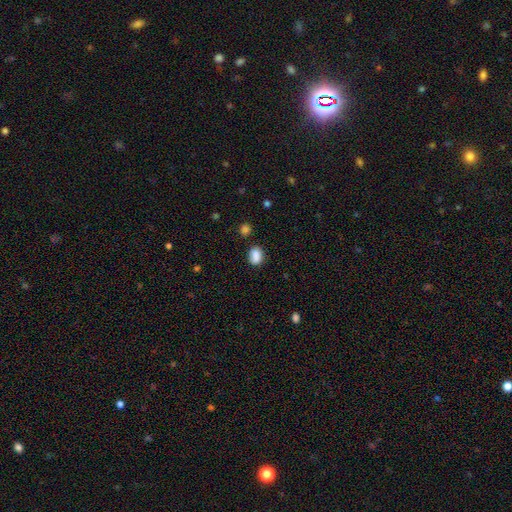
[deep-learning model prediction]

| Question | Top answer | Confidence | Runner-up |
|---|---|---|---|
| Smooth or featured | smooth | 84% | star or artifact (9%) |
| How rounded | in between | 70% | round (28%) |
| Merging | none | 71% | minor disturbance (17%) |